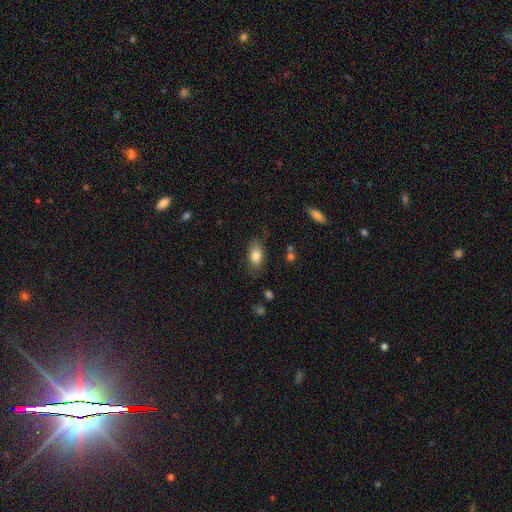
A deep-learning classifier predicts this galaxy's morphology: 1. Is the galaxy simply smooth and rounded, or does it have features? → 82% smooth, 11% featured or disk, 8% star or artifact.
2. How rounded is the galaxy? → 89% in between, 7% round, 4% cigar-shaped.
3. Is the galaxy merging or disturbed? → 77% none, 17% minor disturbance, 4% major disturbance, 2% merger.